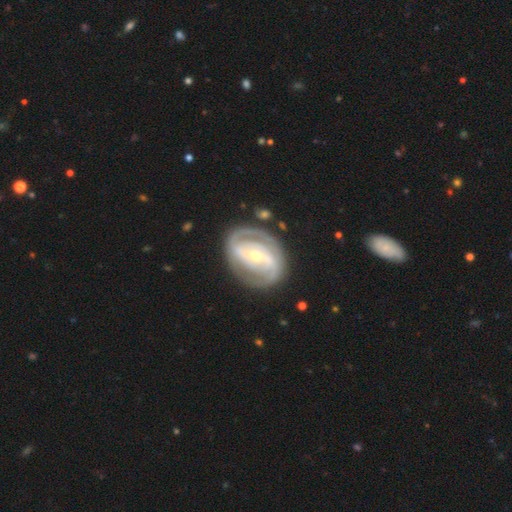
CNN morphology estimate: The model was most divided on "bulge size": small: 52%, moderate: 44%, large: 2%, none: 1%, dominant: 1%. Remaining: edge-on disk — no (96%); spiral arms — yes (90%); smooth or featured — featured or disk (85%); merging — none (78%); spiral arm count — 2 (72%); spiral winding — tight (54%); bar — strong (42%).